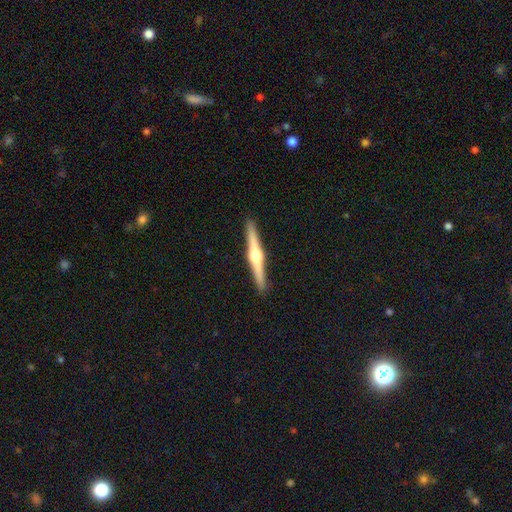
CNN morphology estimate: Q: Smooth or featured?
A: featured or disk (79%); runner-up: smooth (16%)
Q: Edge-on disk?
A: yes (98%); runner-up: no (2%)
Q: Edge-on bulge?
A: rounded (95%); runner-up: boxy (3%)
Q: Merging?
A: none (93%); runner-up: minor disturbance (5%)